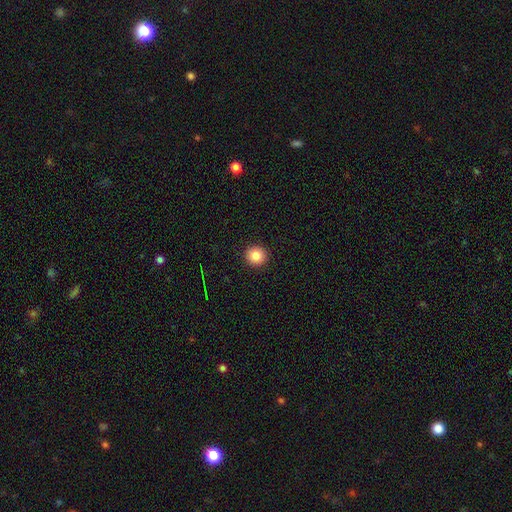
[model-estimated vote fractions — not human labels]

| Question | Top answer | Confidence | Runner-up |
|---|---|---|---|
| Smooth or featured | smooth | 83% | star or artifact (11%) |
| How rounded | round | 93% | in between (6%) |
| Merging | none | 93% | minor disturbance (5%) |